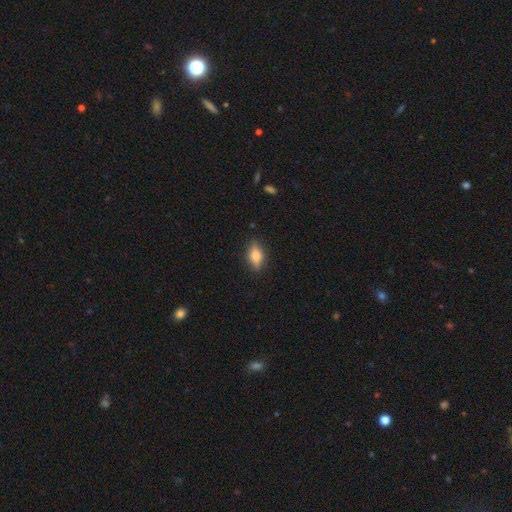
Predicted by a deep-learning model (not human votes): A smooth galaxy with no disk features (62%) that is in between round and cigar-shaped (78%). Merging: none (81%).